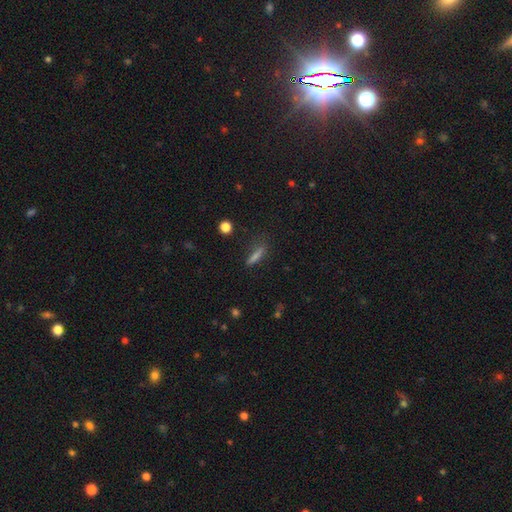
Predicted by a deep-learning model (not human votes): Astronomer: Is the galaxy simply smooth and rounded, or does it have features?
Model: smooth — 70%.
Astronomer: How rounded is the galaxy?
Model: cigar-shaped — 80%.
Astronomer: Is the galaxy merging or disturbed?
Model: none — 72%.